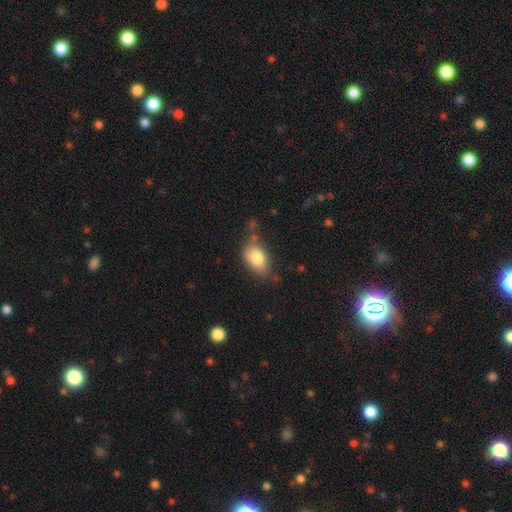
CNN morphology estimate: This appears to be a smooth galaxy with no disk features (80%) that is in between round and cigar-shaped (85%). Merging: none (57%).